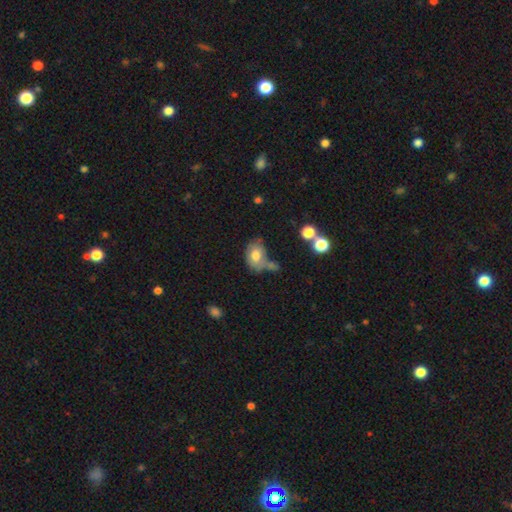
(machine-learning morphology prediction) This is likely a smooth galaxy (72%). How rounded: likely in between (79%). Merging: marginally none (39%).